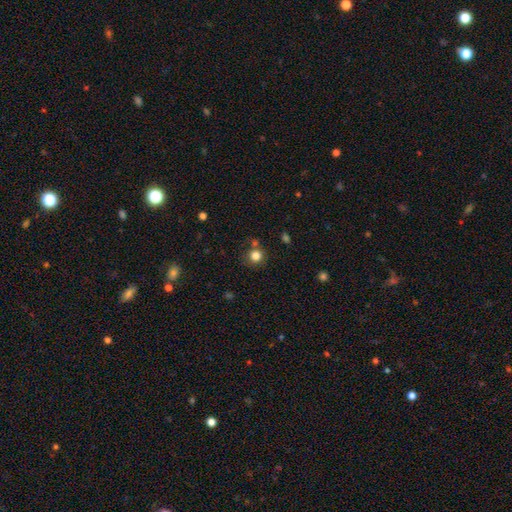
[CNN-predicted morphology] This is clearly a smooth galaxy (81%). How rounded: clearly round (89%). Merging: likely none (72%).